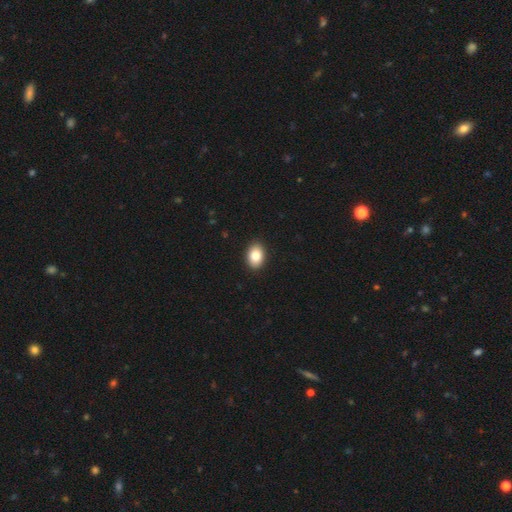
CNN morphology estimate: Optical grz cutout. It shows a smooth galaxy with no disk features (86%) that is in between round and cigar-shaped (82%). Merging: none (91%).